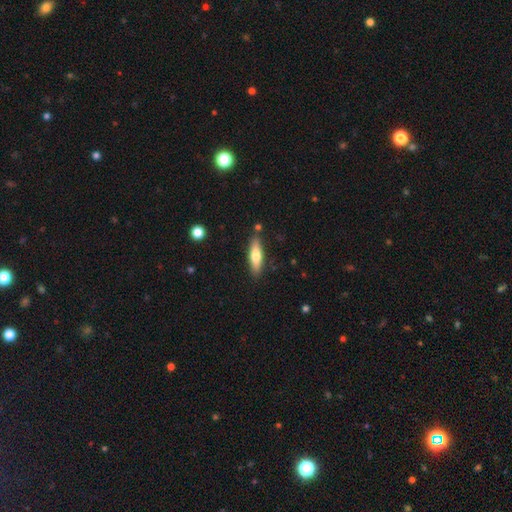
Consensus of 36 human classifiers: This appears to be a smooth galaxy with no disk features (53%) that is cigar-shaped (74%). Merging: none (89%).